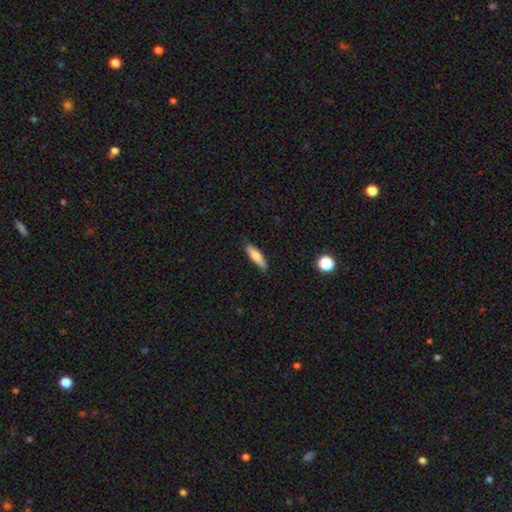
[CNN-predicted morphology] Smooth or featured? Predicted: smooth (p=0.75). How rounded? Predicted: cigar-shaped (p=0.62). Merging? Predicted: none (p=0.85).